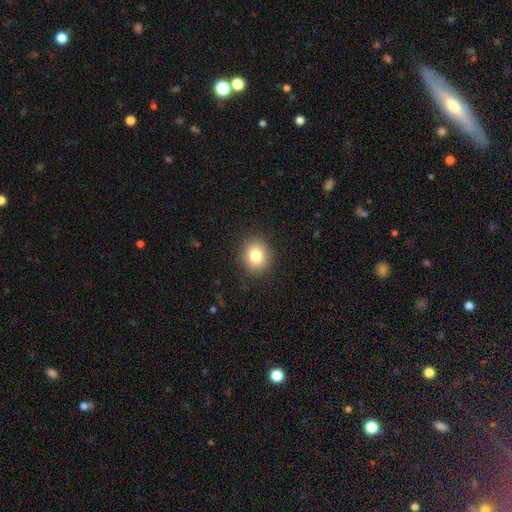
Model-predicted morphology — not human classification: Smooth or featured?
  - smooth: 81% *
  - star or artifact: 10%
  - featured or disk: 9%
How rounded?
  - round: 76% *
  - in between: 23%
  - cigar-shaped: 1%
Merging?
  - none: 89% *
  - minor disturbance: 7%
  - major disturbance: 2%
  - merger: 1%